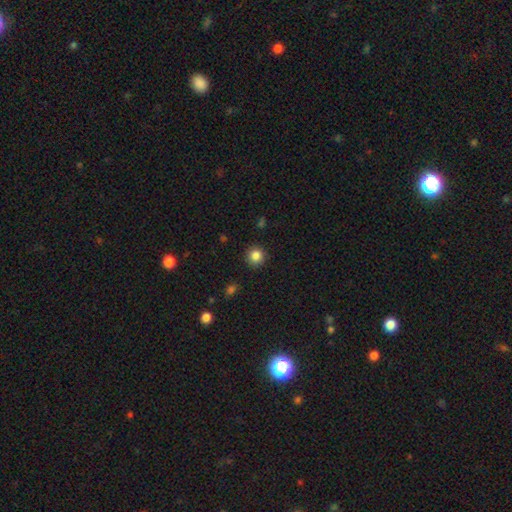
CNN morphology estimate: A smooth galaxy with no disk features (85%) that is round (94%).

Vote fractions:
- Smooth or featured? smooth: 85% / star or artifact: 11% / featured or disk: 5%
- How rounded? round: 94% / in between: 5% / cigar-shaped: 1%
- Merging? none: 91% / minor disturbance: 6% / major disturbance: 2% / merger: 1%